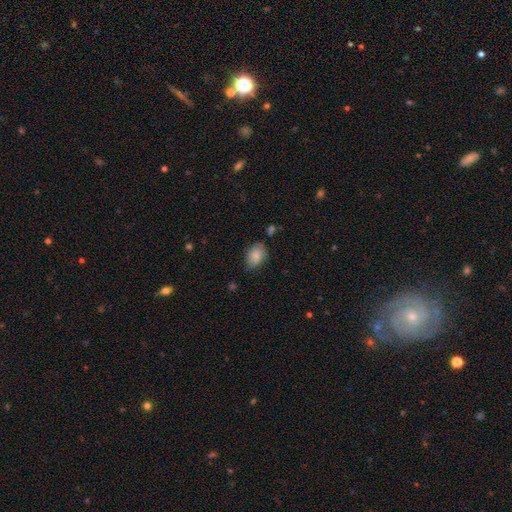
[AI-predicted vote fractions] A smooth galaxy with no disk features (82%) that is in between round and cigar-shaped (82%). Merging: none (66%).